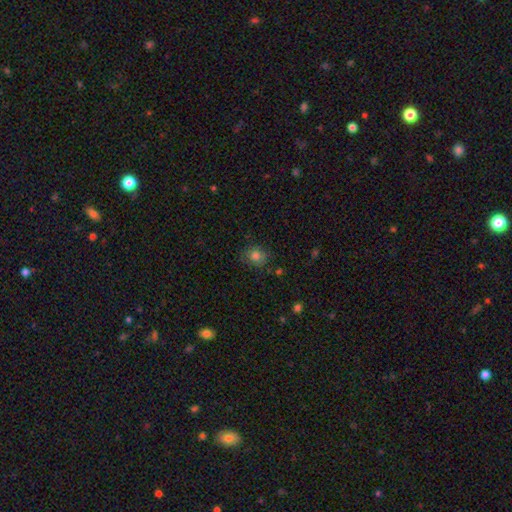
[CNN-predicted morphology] The model was most divided on "how rounded": round: 72%, in between: 27%, cigar-shaped: 1%. More confident: smooth or featured — smooth (81%); merging — none (79%).